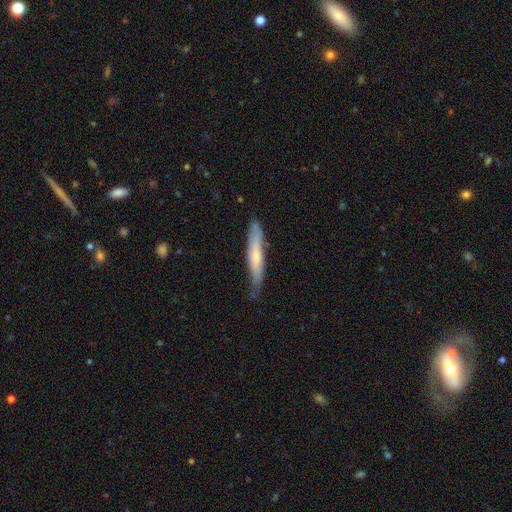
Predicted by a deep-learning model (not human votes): smooth 54%, featured or disk 40%, star or artifact 5%. Down the decision tree: how rounded — cigar-shaped (90%); merging — none (68%).